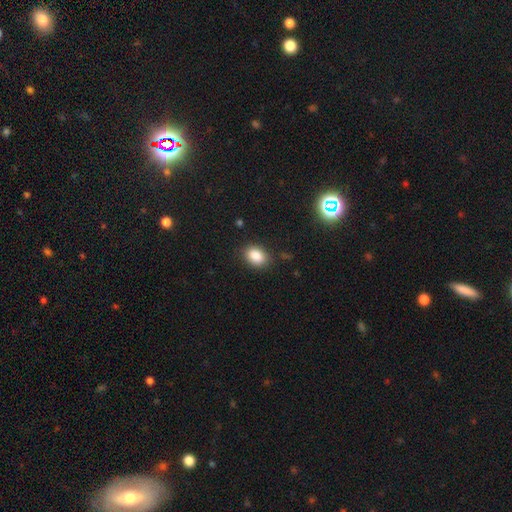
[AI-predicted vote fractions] Smooth or featured? smooth (87%)
How rounded? in between (78%)
Merging? none (85%)